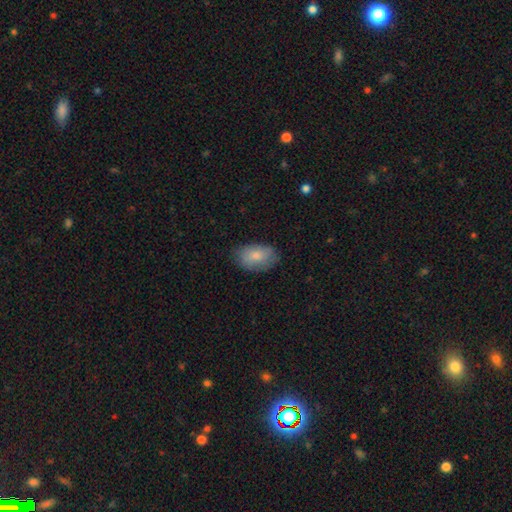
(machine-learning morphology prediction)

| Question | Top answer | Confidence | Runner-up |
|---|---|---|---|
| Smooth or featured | smooth | 79% | featured or disk (15%) |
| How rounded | in between | 90% | round (9%) |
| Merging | none | 75% | minor disturbance (20%) |